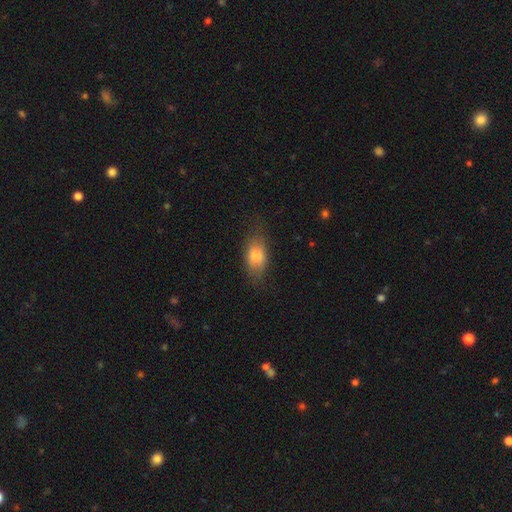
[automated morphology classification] A smooth galaxy with no disk features (75%) that is in between round and cigar-shaped (85%). Merging: none (68%).